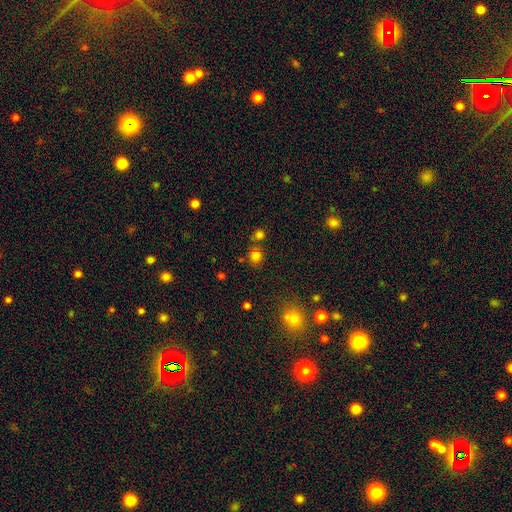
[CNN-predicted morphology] smooth 76%, star or artifact 18%, featured or disk 6%. Down the decision tree: how rounded — round (83%); merging — none (69%).